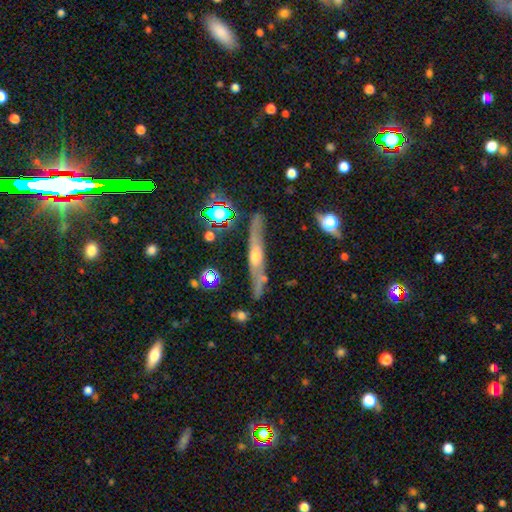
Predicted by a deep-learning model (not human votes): Smooth or featured? featured or disk (67%)
Edge-on disk? yes (89%)
Edge-on bulge? rounded (81%)
Merging? none (78%)